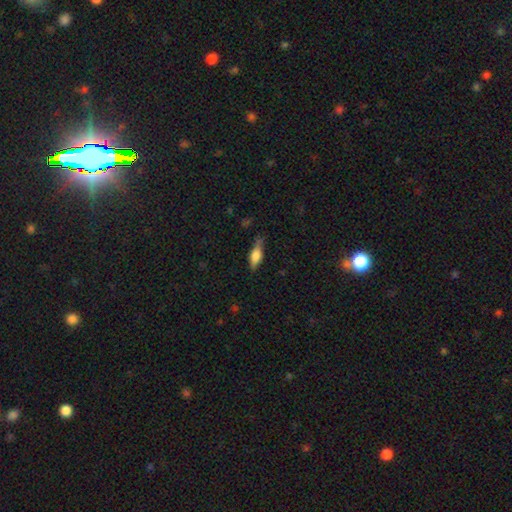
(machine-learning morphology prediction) smooth-or-featured: smooth: 63% | featured or disk: 29% | star or artifact: 7%
  how-rounded: in between: 64% | cigar-shaped: 32% | round: 4%
  merging: none: 64% | minor disturbance: 27% | major disturbance: 7% | merger: 2%